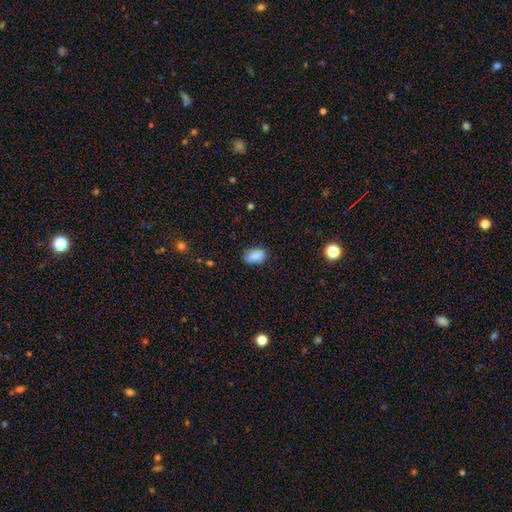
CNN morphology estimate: A smooth galaxy with no disk features (85%) that is in between round and cigar-shaped (87%). Merging: none (75%).